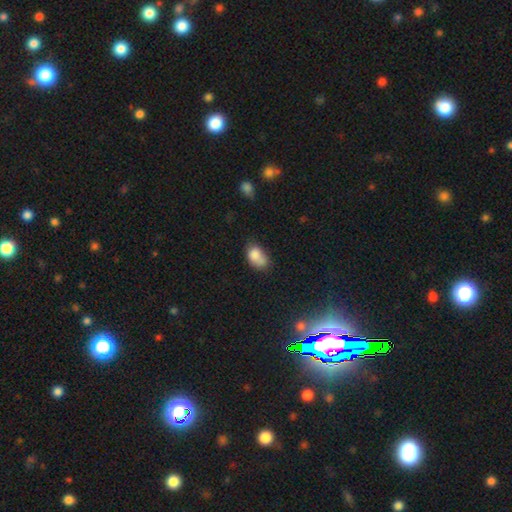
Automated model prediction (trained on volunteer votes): Morphology: type=smooth (81%); roundness=in between (85%); merging=none (41%).